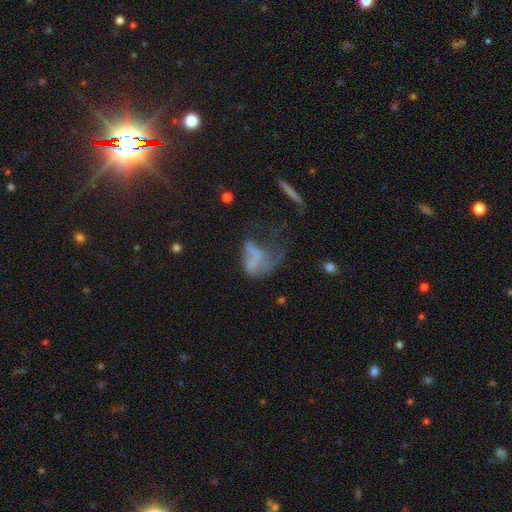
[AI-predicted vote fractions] A featured or disk galaxy (43%). Merging: major disturbance (52%).